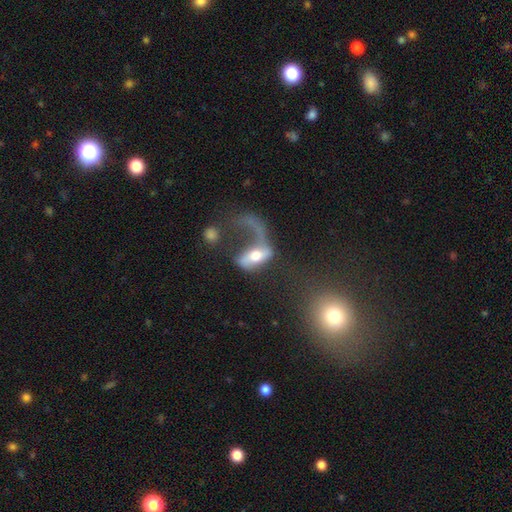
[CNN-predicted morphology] A featured or disk galaxy (57%) with no bar (53%), spiral arms (67%) and a moderate central bulge (63%). Merging: major disturbance (58%).